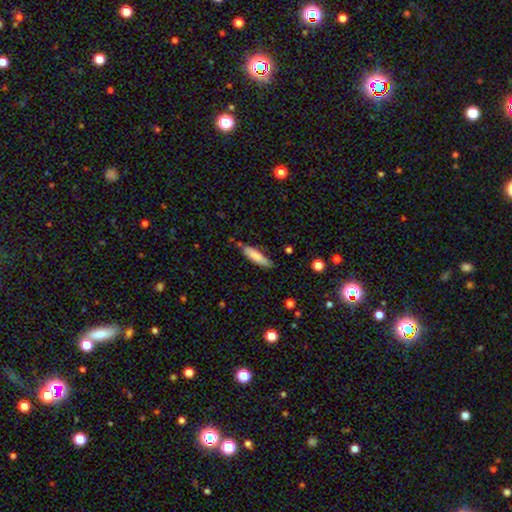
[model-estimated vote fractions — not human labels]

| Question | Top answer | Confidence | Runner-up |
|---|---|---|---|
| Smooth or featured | smooth | 82% | featured or disk (12%) |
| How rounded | cigar-shaped | 70% | in between (29%) |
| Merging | none | 77% | minor disturbance (17%) |